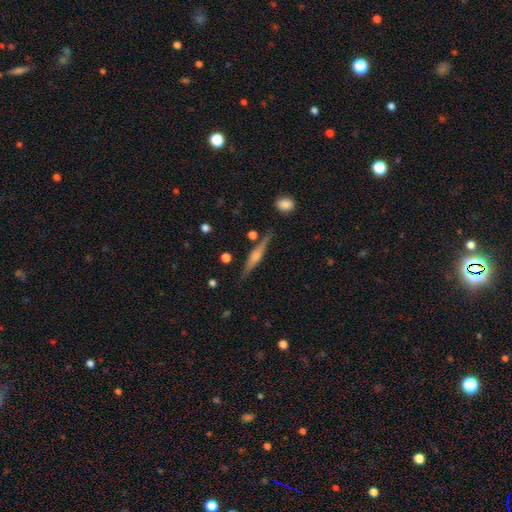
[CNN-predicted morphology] This appears to be a featured or disk galaxy (67%) viewed edge-on (97%) with a rounded central bulge (72%). Merging: none (84%).